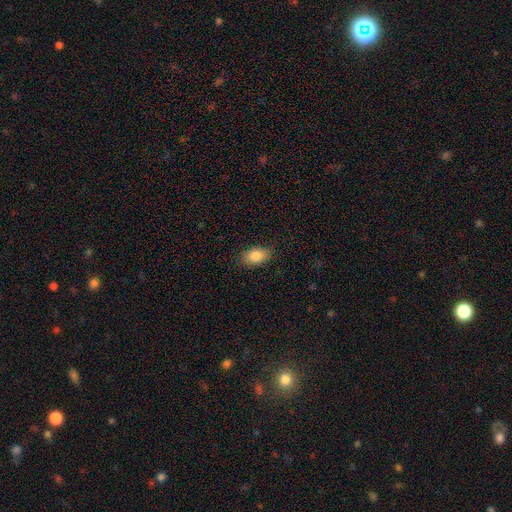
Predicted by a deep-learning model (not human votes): smooth_or_featured: smooth (p=0.85) [alt: star or artifact p=0.08]
how_rounded: in between (p=0.90) [alt: round p=0.08]
merging: none (p=0.86) [alt: minor disturbance p=0.10]